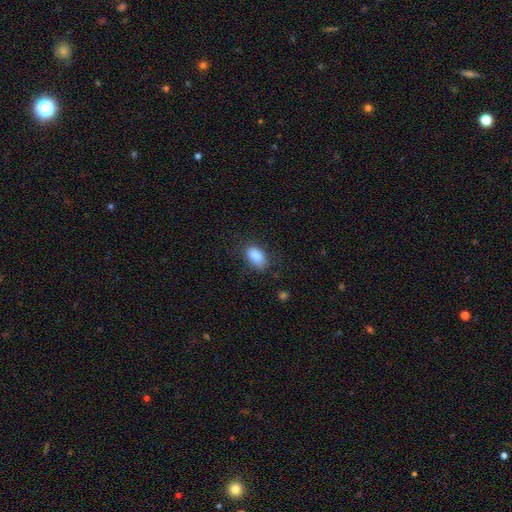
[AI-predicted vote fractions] A smooth galaxy with no disk features (86%) that is in between round and cigar-shaped (90%). Merging: none (76%).